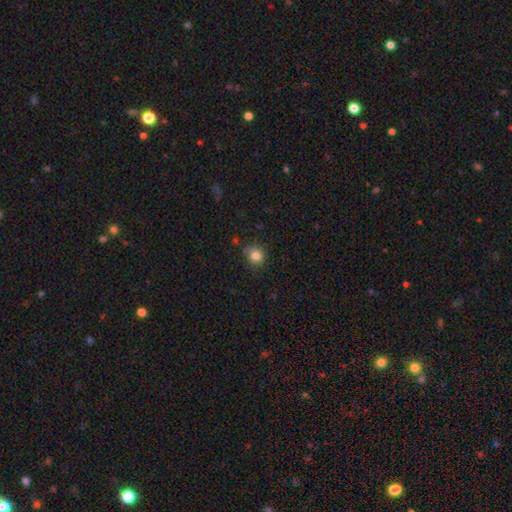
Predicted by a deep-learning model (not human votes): Morphology: type=smooth (81%); roundness=round (81%); merging=none (70%).